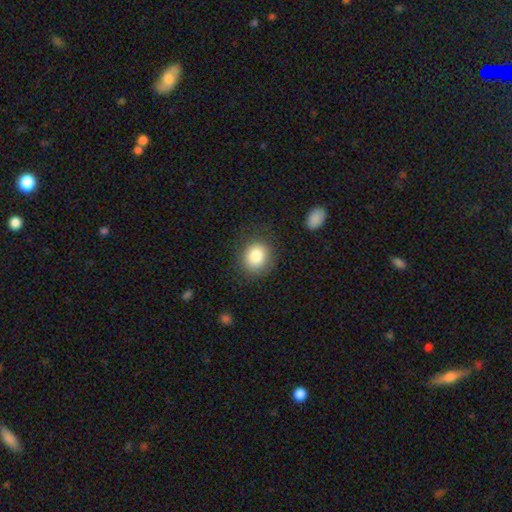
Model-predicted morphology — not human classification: The model was most divided on "how rounded": round: 75%, in between: 24%, cigar-shaped: 1%. More confident: smooth or featured — smooth (84%); merging — none (82%).